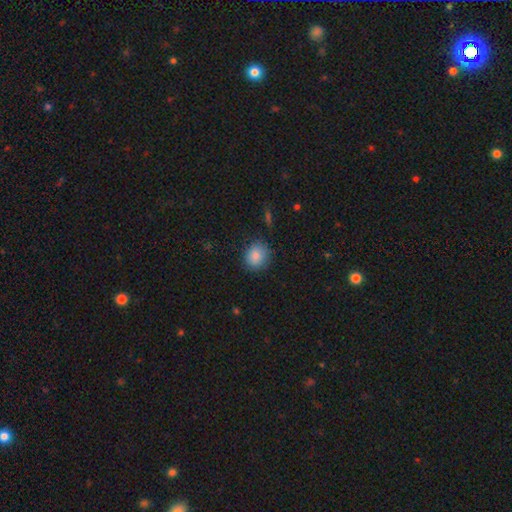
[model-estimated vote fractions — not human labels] Overall: smooth (85%). How rounded: round (76%). Merging: none (84%).